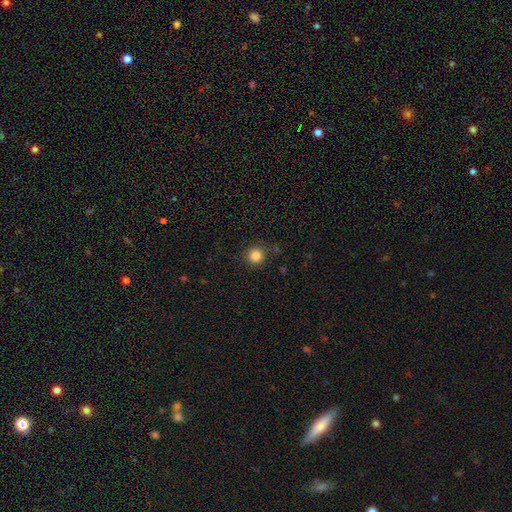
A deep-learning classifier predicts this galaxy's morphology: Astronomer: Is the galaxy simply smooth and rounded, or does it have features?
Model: smooth — 84%.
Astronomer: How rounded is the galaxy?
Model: round — 95%.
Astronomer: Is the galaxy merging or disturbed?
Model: none — 87%.